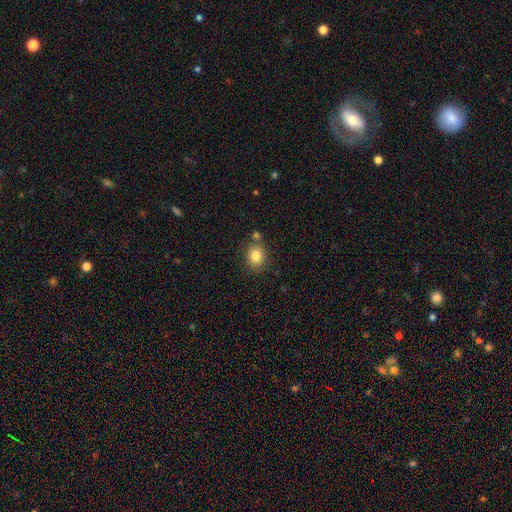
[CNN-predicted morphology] smooth-or-featured: smooth: 83% | star or artifact: 10% | featured or disk: 7%
  how-rounded: round: 63% | in between: 36% | cigar-shaped: 1%
  merging: none: 75% | minor disturbance: 11% | merger: 11% | major disturbance: 3%